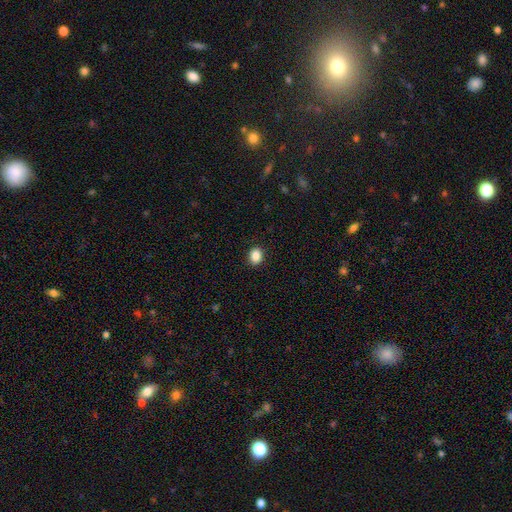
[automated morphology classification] Q: Smooth or featured?
A: smooth (88%); runner-up: star or artifact (9%)
Q: How rounded?
A: in between (55%); runner-up: round (44%)
Q: Merging?
A: none (90%); runner-up: minor disturbance (7%)